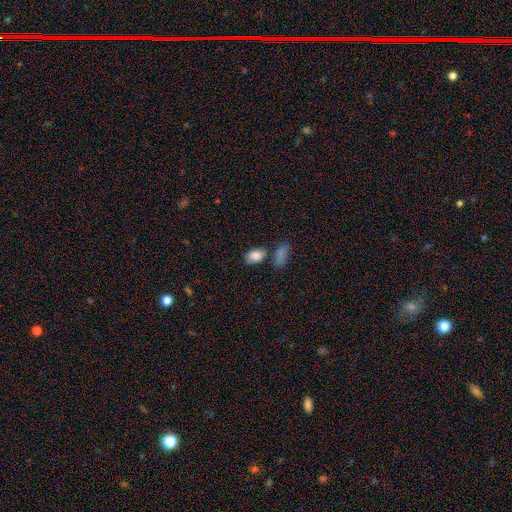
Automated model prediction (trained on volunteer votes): This is clearly a smooth galaxy (85%). How rounded: clearly in between (90%). Merging: likely none (62%).